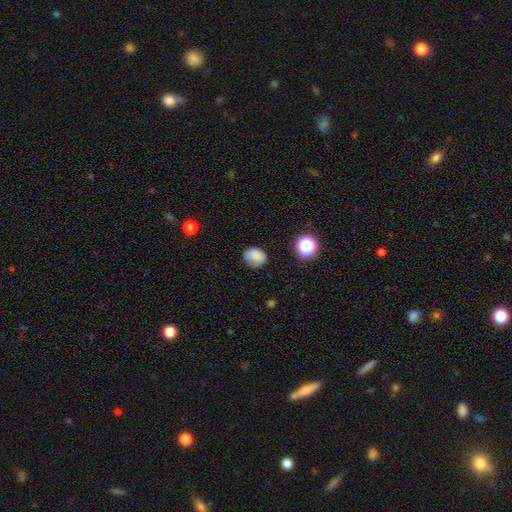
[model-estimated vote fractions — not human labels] A smooth galaxy with no disk features (79%) that is round (53%). Merging: none (68%).